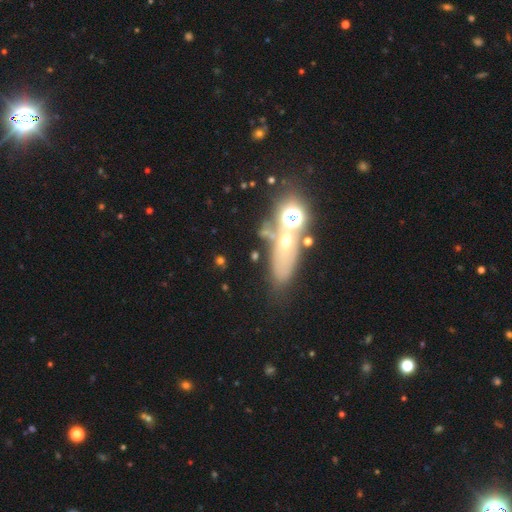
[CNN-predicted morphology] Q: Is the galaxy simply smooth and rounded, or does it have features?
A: smooth — 38%.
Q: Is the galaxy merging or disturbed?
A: none — 50%.